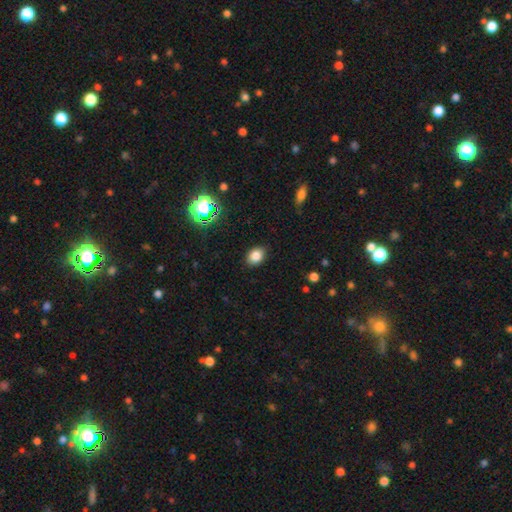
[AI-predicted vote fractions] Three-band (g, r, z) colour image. It shows a smooth galaxy with no disk features (82%) that is in between round and cigar-shaped (65%). Merging: none (87%).